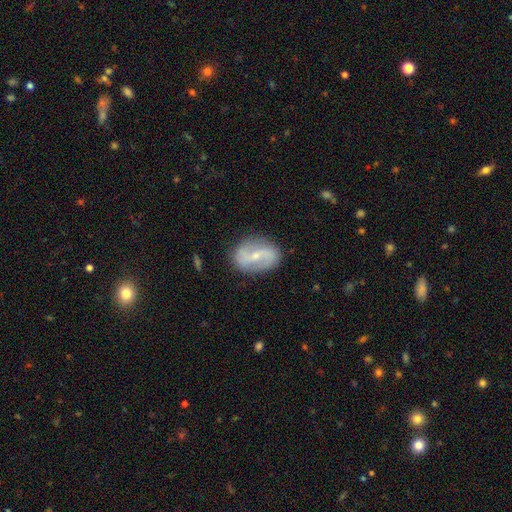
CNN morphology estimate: This appears to be a featured or disk galaxy (78%) with a weak bar (42%), 2 (90%) loose (48%) spiral arms (90%) and a small central bulge (66%). Merging: none (82%).